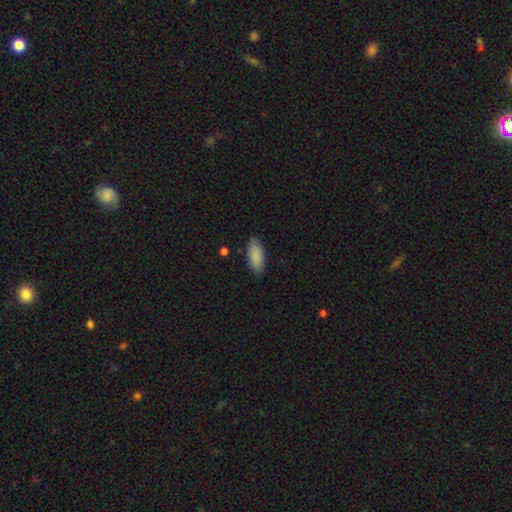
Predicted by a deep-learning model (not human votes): smooth-or-featured: smooth: 88% | star or artifact: 6% | featured or disk: 6%
  how-rounded: in between: 82% | cigar-shaped: 16% | round: 2%
  merging: none: 84% | minor disturbance: 12% | major disturbance: 2% | merger: 1%